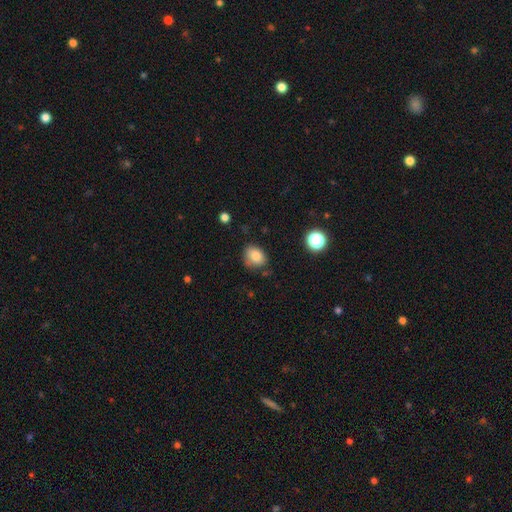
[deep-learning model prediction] Overall: smooth (81%). How rounded: in between (52%; round 47%). Merging: none (68%).